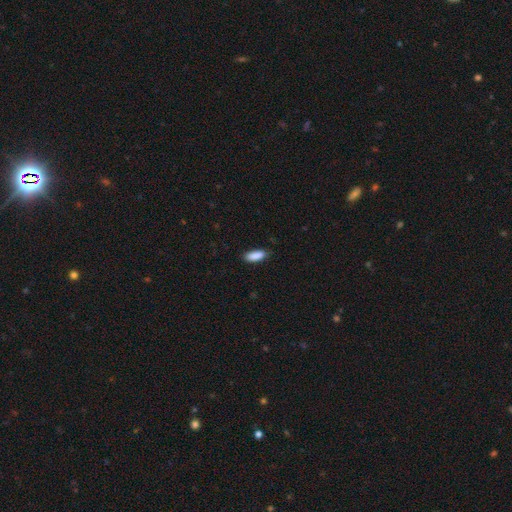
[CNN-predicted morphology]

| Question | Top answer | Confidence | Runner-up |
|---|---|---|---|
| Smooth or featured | smooth | 89% | star or artifact (7%) |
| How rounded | in between | 69% | cigar-shaped (30%) |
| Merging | none | 82% | minor disturbance (14%) |